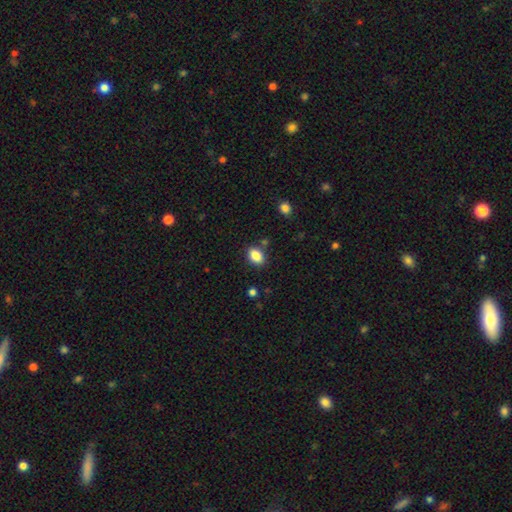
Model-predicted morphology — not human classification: smooth_or_featured: smooth (p=0.86) [alt: star or artifact p=0.09]
how_rounded: in between (p=0.80) [alt: round p=0.19]
merging: none (p=0.83) [alt: minor disturbance p=0.10]